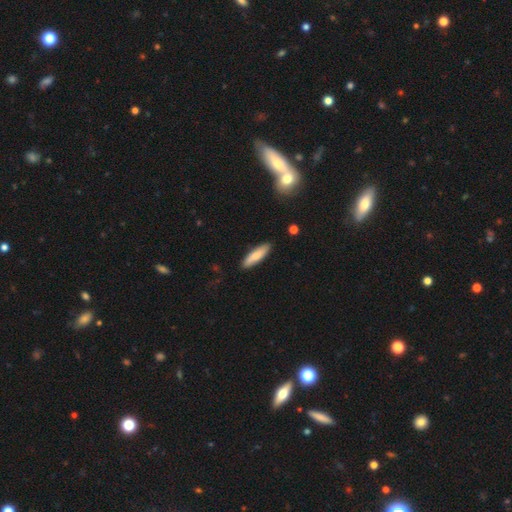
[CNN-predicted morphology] This is likely a smooth galaxy (75%). How rounded: likely cigar-shaped (66%). Merging: clearly none (88%).